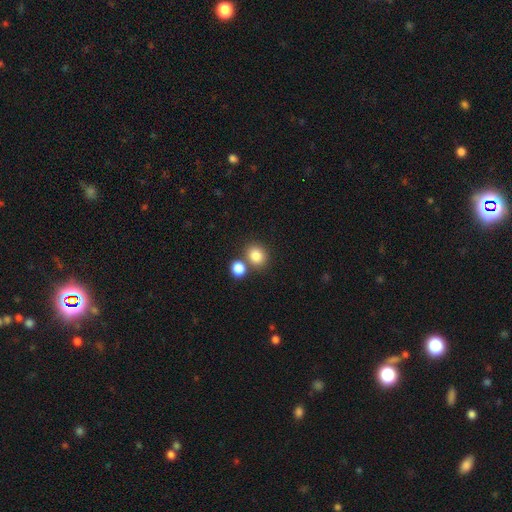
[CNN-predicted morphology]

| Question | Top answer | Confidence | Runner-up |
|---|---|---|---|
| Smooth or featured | smooth | 82% | star or artifact (11%) |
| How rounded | round | 75% | in between (24%) |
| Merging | none | 66% | merger (23%) |